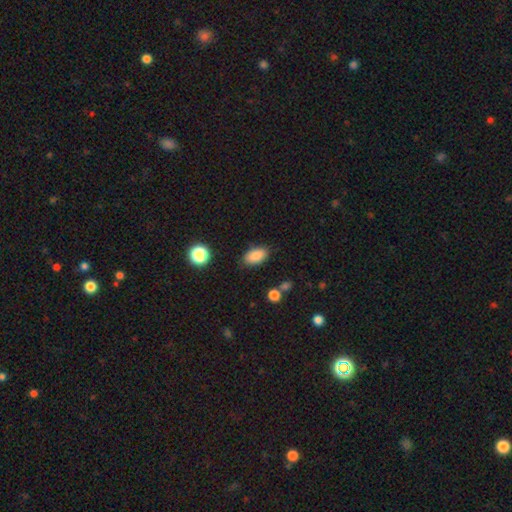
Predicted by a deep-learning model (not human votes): A smooth galaxy with no disk features (86%) that is in between round and cigar-shaped (91%). Merging: none (82%).